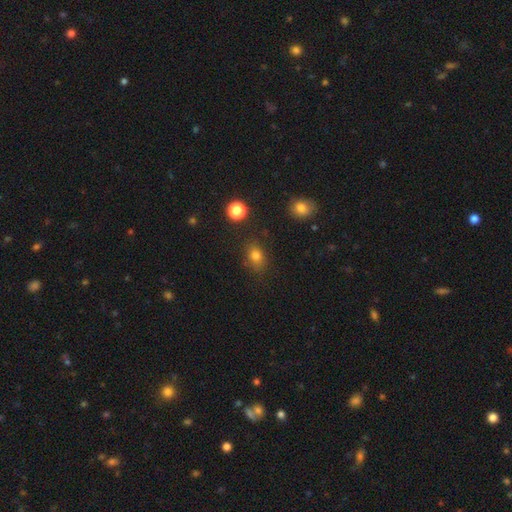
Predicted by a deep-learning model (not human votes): This is likely a smooth galaxy (79%). How rounded: possibly in between (58%). Merging: likely none (79%).